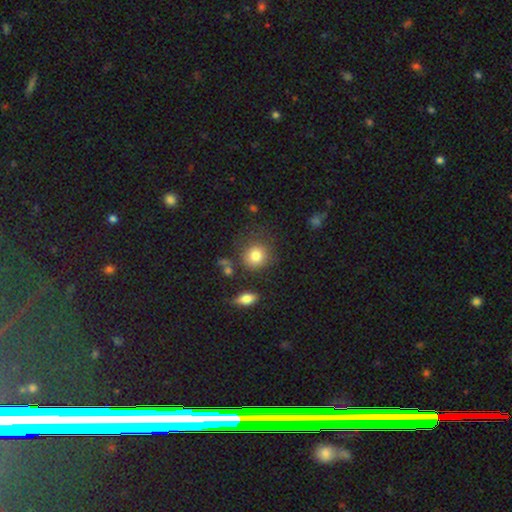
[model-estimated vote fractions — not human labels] A smooth galaxy with no disk features (83%) that is round (85%). Merging: none (74%).